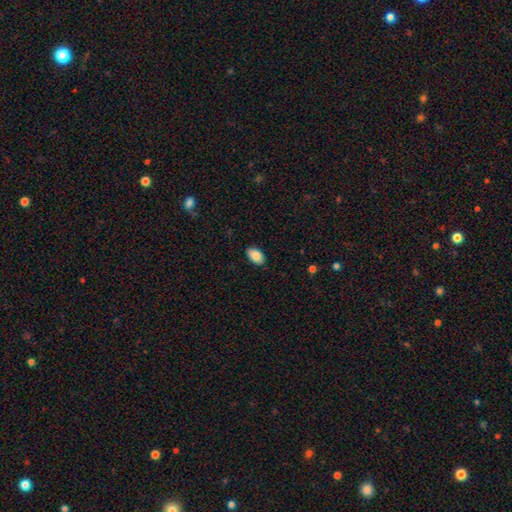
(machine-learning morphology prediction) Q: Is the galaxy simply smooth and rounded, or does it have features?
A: smooth — 87%.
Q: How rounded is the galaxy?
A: in between — 94%.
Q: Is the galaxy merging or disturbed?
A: none — 86%.